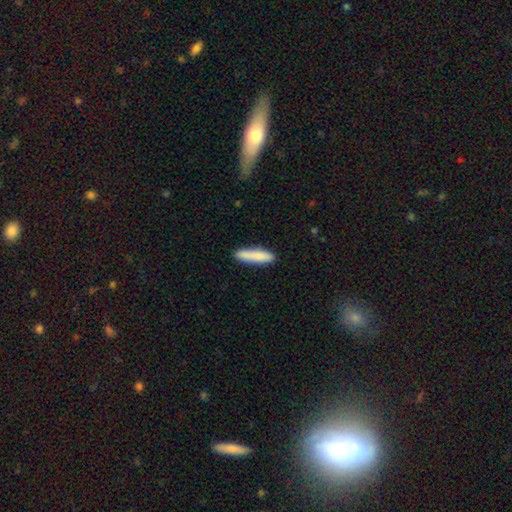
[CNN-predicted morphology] smooth 84%, featured or disk 10%, star or artifact 6%. Down the decision tree: how rounded — cigar-shaped (81%); merging — none (85%).